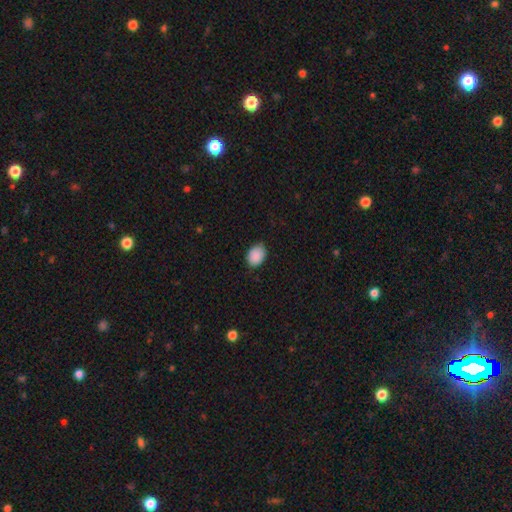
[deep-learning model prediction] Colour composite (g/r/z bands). It shows a smooth galaxy with no disk features (90%) that is in between round and cigar-shaped (69%). Merging: none (78%).